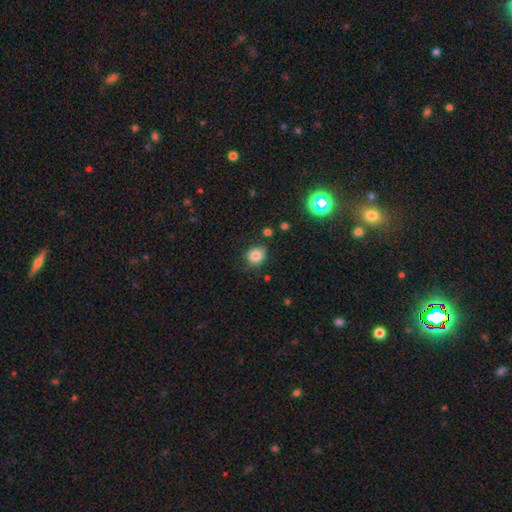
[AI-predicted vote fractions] smooth 81%, star or artifact 11%, featured or disk 8%. Down the decision tree: how rounded — round (76%); merging — none (71%).